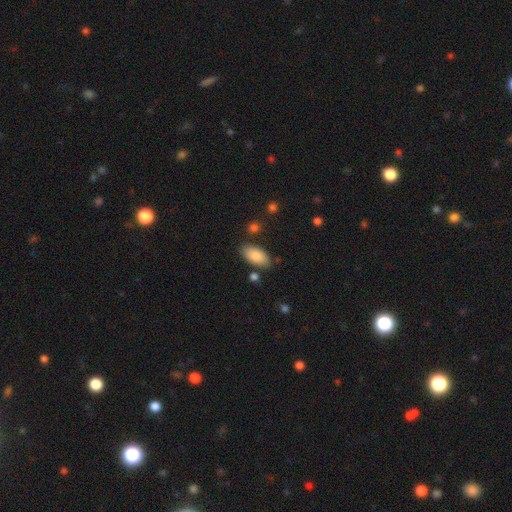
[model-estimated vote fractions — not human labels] Smooth or featured: smooth — 86% (featured or disk — 8%)
How rounded: in between — 93% (cigar-shaped — 4%)
Merging: none — 80% (minor disturbance — 12%)